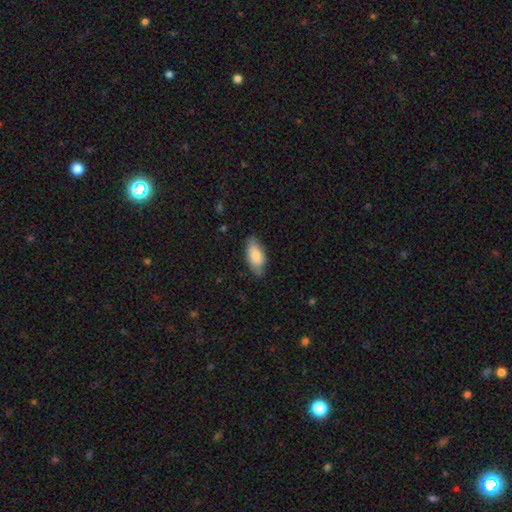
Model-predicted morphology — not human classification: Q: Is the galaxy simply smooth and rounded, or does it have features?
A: smooth — 76%.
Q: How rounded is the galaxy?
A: in between — 92%.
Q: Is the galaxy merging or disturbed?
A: none — 73%.